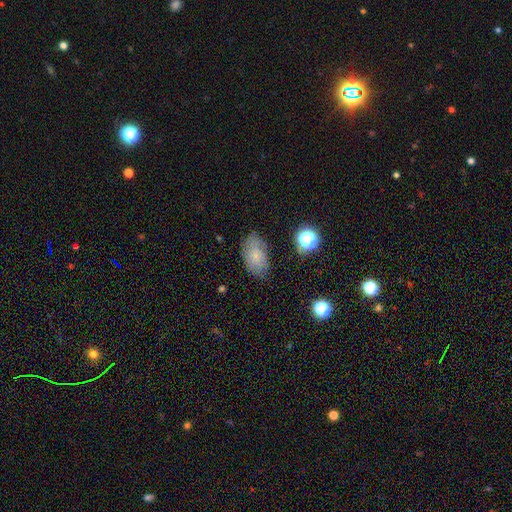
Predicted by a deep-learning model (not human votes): The model was most divided on "smooth or featured": smooth: 57%, featured or disk: 31%, star or artifact: 13%. More confident: how rounded — in between (89%); merging — none (72%).